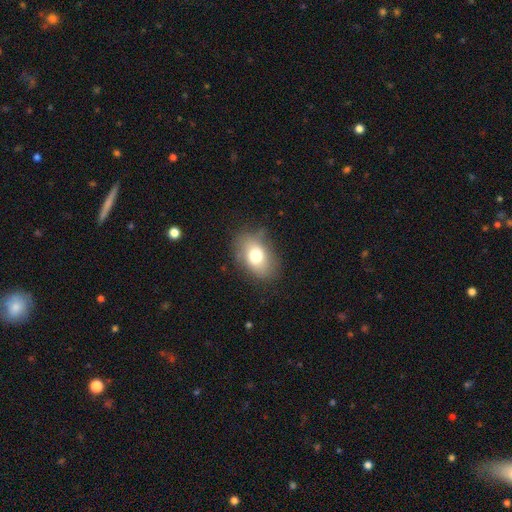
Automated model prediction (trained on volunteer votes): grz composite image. It shows a smooth galaxy with no disk features (72%) that is in between round and cigar-shaped (82%). Merging: none (72%).